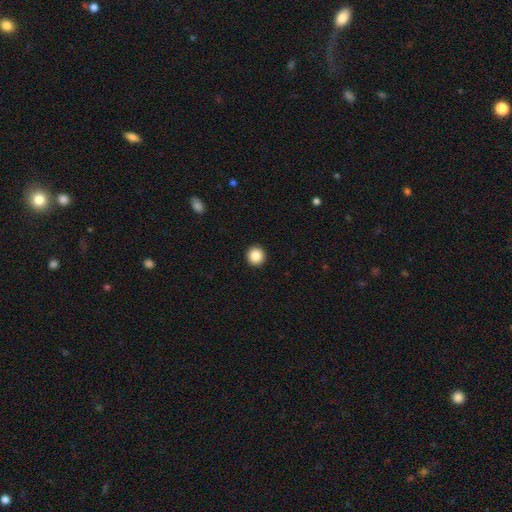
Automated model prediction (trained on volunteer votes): Overall: smooth (86%). How rounded: round (95%). Merging: none (94%).